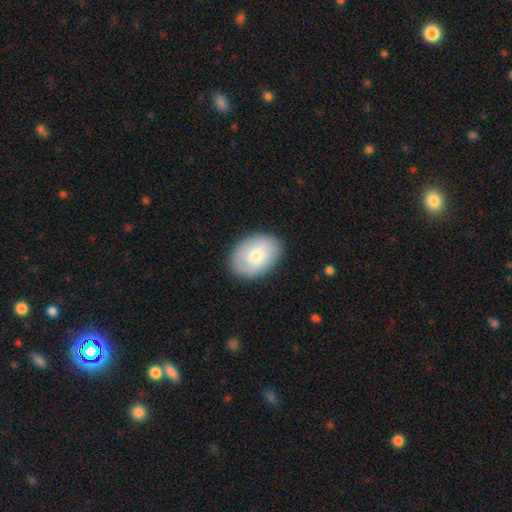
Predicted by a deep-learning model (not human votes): Smooth or featured?
  - smooth: 64% *
  - featured or disk: 30%
  - star or artifact: 6%
How rounded?
  - in between: 81% *
  - round: 18%
  - cigar-shaped: 1%
Merging?
  - none: 85% *
  - minor disturbance: 11%
  - major disturbance: 3%
  - merger: 1%